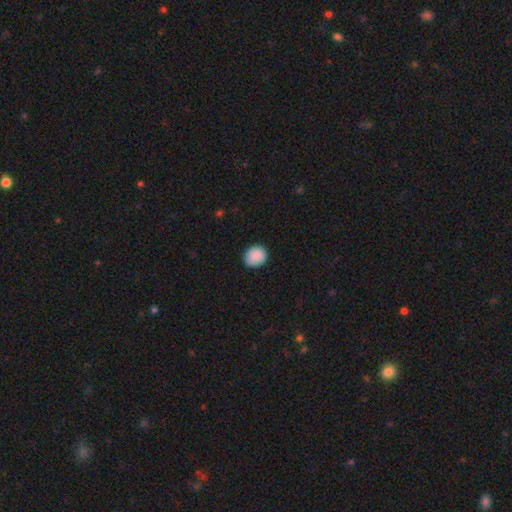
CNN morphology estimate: A smooth galaxy with no disk features (90%) that is round (72%). Merging: none (87%).